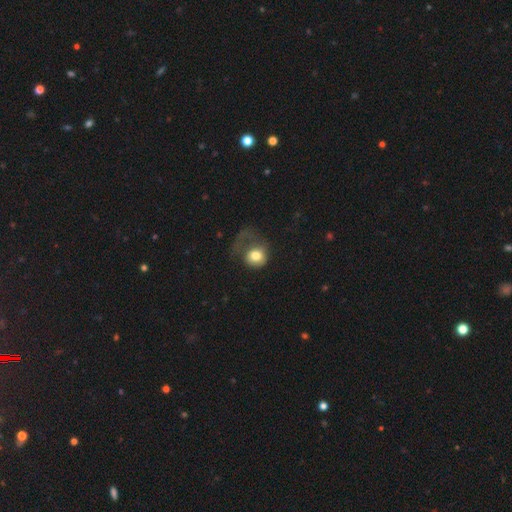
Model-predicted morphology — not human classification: smooth-or-featured: smooth: 71% | featured or disk: 21% | star or artifact: 8%
  how-rounded: round: 74% | in between: 25% | cigar-shaped: 1%
  merging: major disturbance: 59% | none: 21% | minor disturbance: 17% | merger: 3%